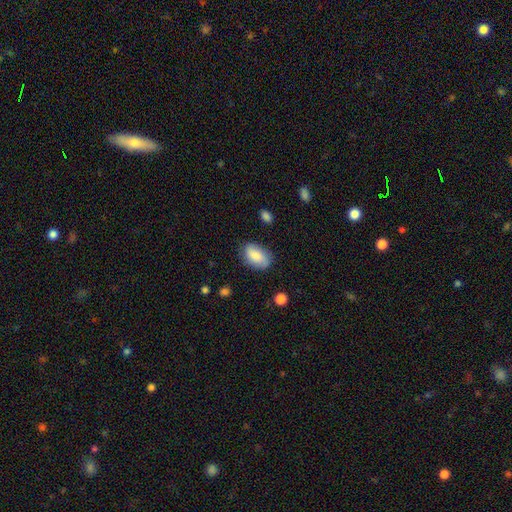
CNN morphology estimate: smooth-or-featured: smooth: 80% | featured or disk: 13% | star or artifact: 7%
  how-rounded: in between: 90% | round: 8% | cigar-shaped: 2%
  merging: none: 75% | minor disturbance: 19% | major disturbance: 5% | merger: 2%